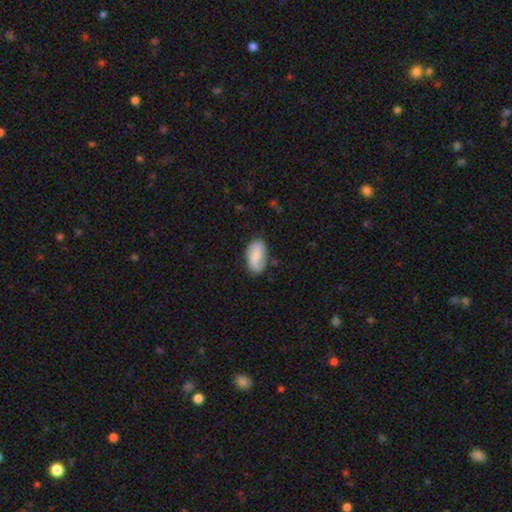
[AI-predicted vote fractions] smooth 61%, featured or disk 32%, star or artifact 7%. Down the decision tree: how rounded — in between (93%); merging — none (71%).